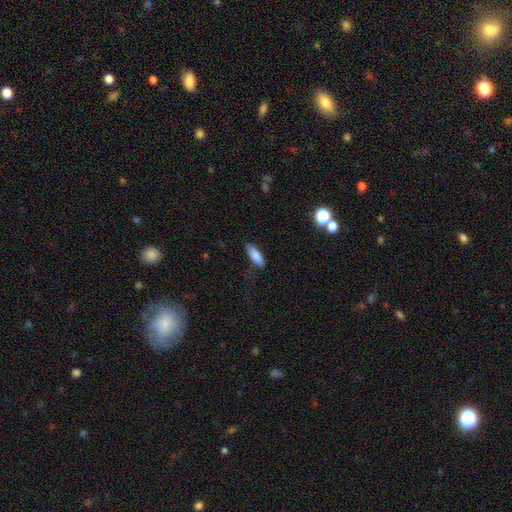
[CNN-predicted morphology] Q: Smooth or featured?
A: smooth (85%); runner-up: featured or disk (8%)
Q: How rounded?
A: in between (66%); runner-up: cigar-shaped (32%)
Q: Merging?
A: none (79%); runner-up: minor disturbance (16%)